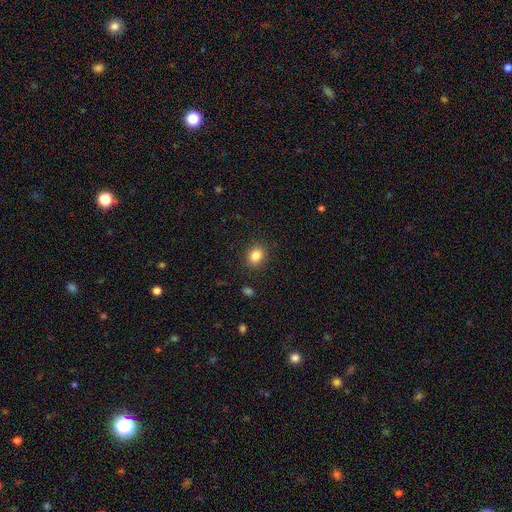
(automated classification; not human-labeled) Smooth or featured?
  - smooth: 84% *
  - star or artifact: 10%
  - featured or disk: 6%
How rounded?
  - round: 56% *
  - in between: 43%
  - cigar-shaped: 1%
Merging?
  - none: 87% *
  - minor disturbance: 9%
  - major disturbance: 3%
  - merger: 1%